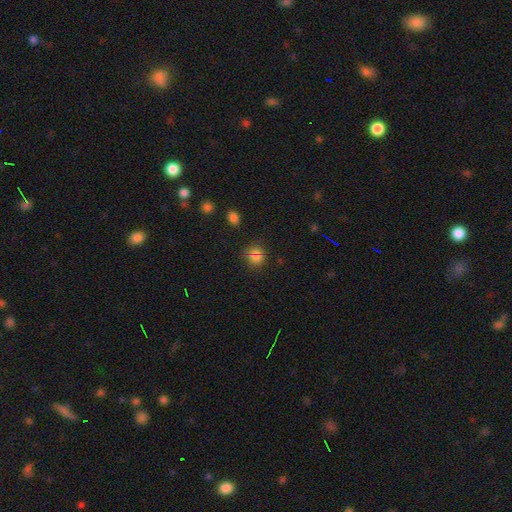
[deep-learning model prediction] The model was most divided on "smooth or featured": smooth: 70%, star or artifact: 24%, featured or disk: 7%. More confident: how rounded — round (85%); merging — none (82%).